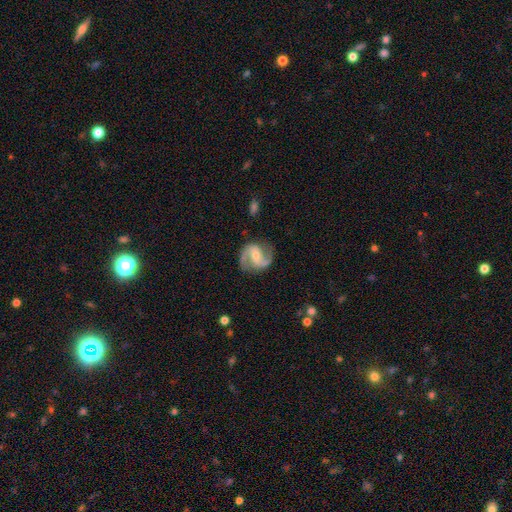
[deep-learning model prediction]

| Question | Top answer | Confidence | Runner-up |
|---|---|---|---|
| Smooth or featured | featured or disk | 88% | smooth (8%) |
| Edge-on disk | no | 98% | yes (2%) |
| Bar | weak | 45% | strong (28%) |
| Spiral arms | yes | 97% | no (3%) |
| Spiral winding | medium | 54% | loose (31%) |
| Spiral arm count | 2 | 92% | can't tell (2%) |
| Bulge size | small | 54% | moderate (37%) |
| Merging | none | 79% | minor disturbance (14%) |